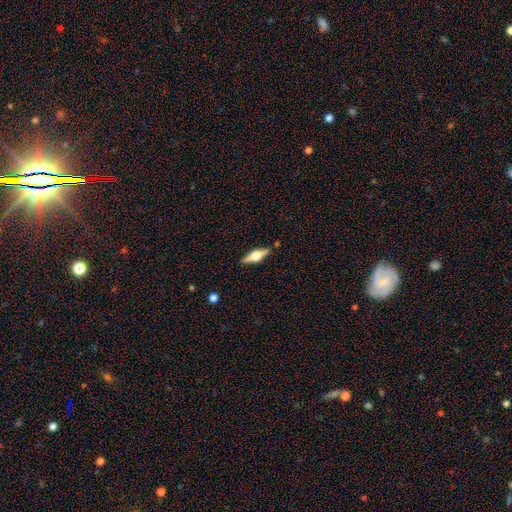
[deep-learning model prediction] Smooth or featured? featured or disk (64%)
Edge-on disk? yes (96%)
Edge-on bulge? rounded (93%)
Merging? none (87%)